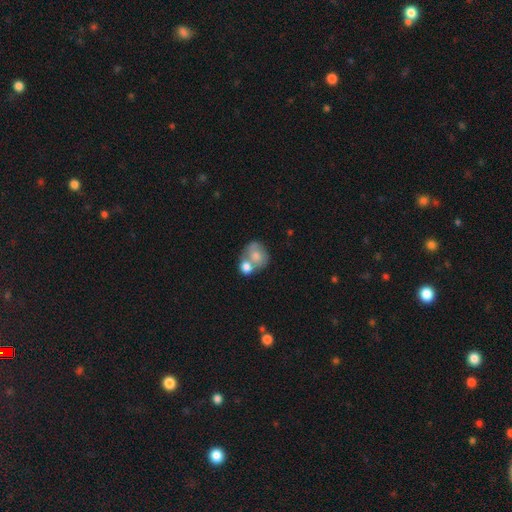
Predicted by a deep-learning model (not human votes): smooth_or_featured: smooth (p=0.67) [alt: featured or disk p=0.25]
how_rounded: round (p=0.62) [alt: in between p=0.37]
merging: merger (p=0.59) [alt: none p=0.25]